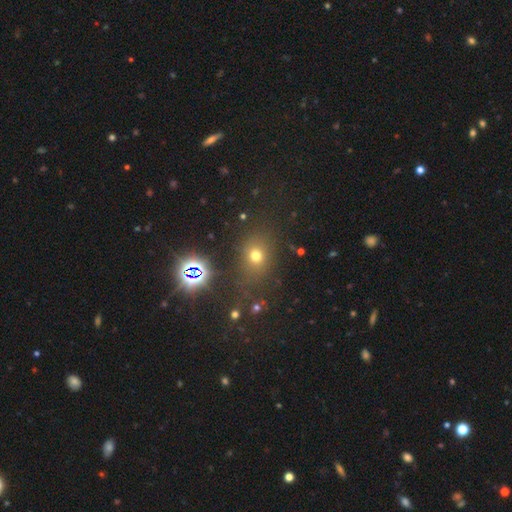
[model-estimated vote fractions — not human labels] Morphology: type=smooth (63%); roundness=round (63%); merging=none (76%).